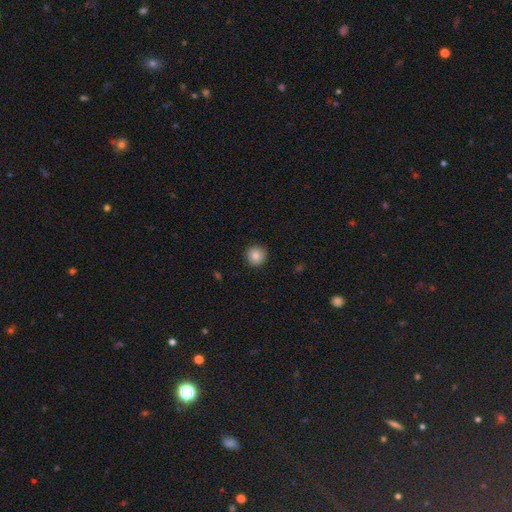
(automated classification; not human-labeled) A smooth galaxy with no disk features (85%) that is round (94%).

Vote fractions:
- Smooth or featured? smooth: 85% / star or artifact: 9% / featured or disk: 6%
- How rounded? round: 94% / in between: 5% / cigar-shaped: 1%
- Merging? none: 92% / minor disturbance: 5% / major disturbance: 2% / merger: 1%